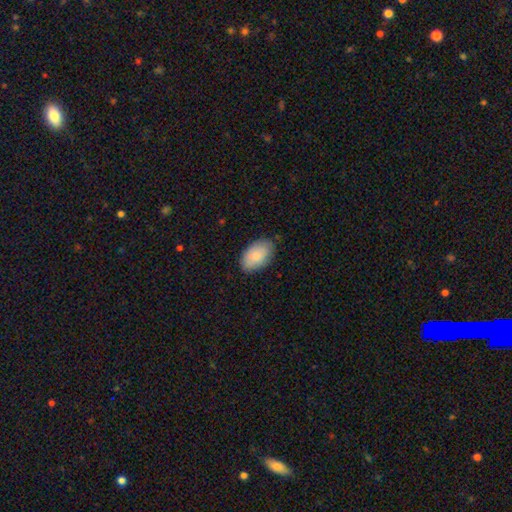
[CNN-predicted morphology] smooth_or_featured: smooth (p=0.87) [alt: featured or disk p=0.07]
how_rounded: in between (p=0.94) [alt: round p=0.05]
merging: none (p=0.80) [alt: minor disturbance p=0.16]